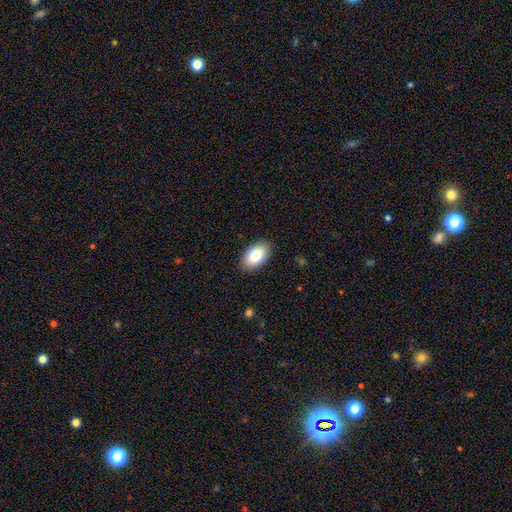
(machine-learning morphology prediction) Overall: smooth (84%). How rounded: in between (94%). Merging: none (89%).